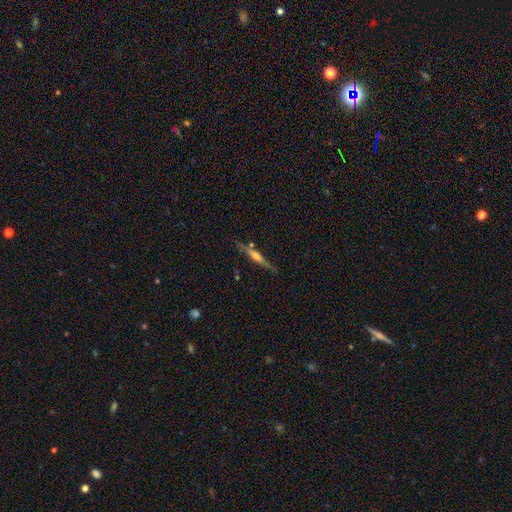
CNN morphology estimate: Smooth or featured: featured or disk — 68% (smooth — 25%)
Edge-on disk: yes — 96% (no — 4%)
Edge-on bulge: rounded — 63% (boxy — 21%)
Merging: none — 82% (minor disturbance — 12%)